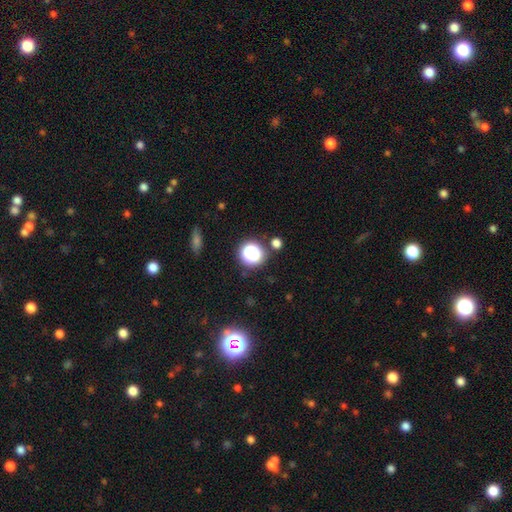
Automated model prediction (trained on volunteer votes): A smooth galaxy with no disk features (55%) that is round (85%). Merging: none (75%).